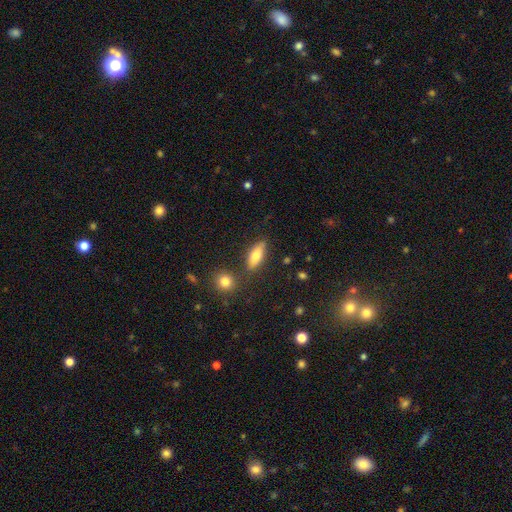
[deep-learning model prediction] smooth 72%, featured or disk 20%, star or artifact 8%. Down the decision tree: how rounded — in between (70%); merging — none (78%).